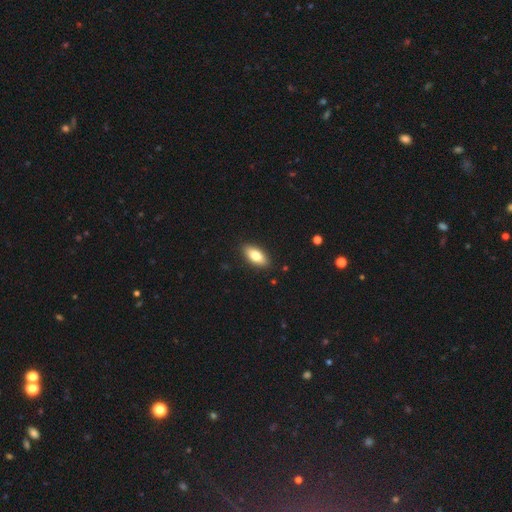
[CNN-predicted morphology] Smooth or featured? Predicted: smooth (p=0.78). How rounded? Predicted: in between (p=0.86). Merging? Predicted: none (p=0.89).